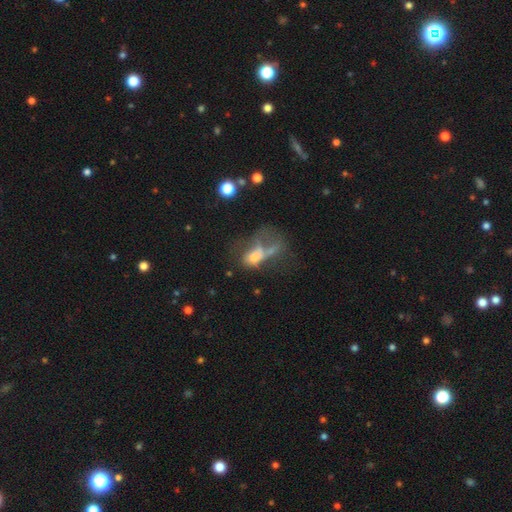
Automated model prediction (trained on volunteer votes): The model was most divided on "smooth or featured": smooth: 43%, featured or disk: 40%, star or artifact: 17%. Remaining: merging — major disturbance (44%).